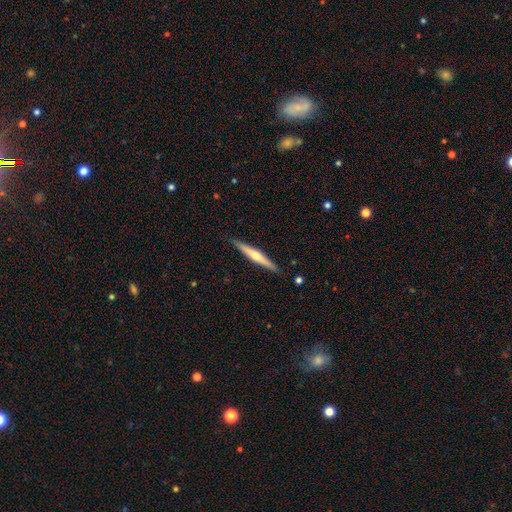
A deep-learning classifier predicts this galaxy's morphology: Overall: featured or disk (58%; smooth 36%). Edge-on disk: yes (97%). Edge-on bulge: rounded (77%). Merging: none (89%).